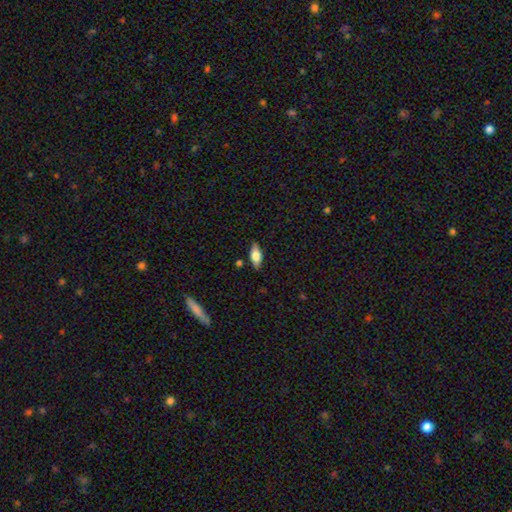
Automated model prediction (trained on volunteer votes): Smooth or featured? smooth (73%)
How rounded? in between (82%)
Merging? none (85%)